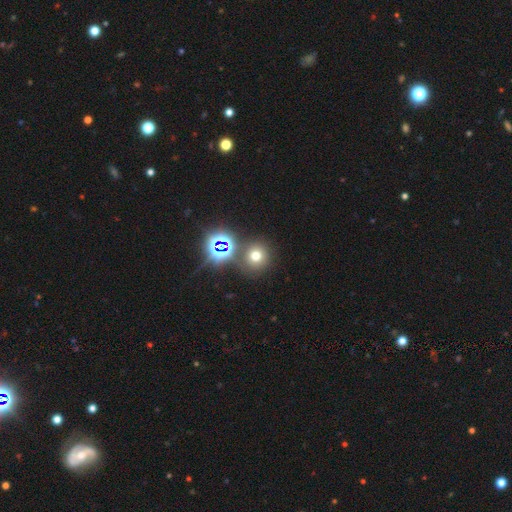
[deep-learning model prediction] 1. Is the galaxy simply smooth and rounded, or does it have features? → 61% smooth, 30% star or artifact, 9% featured or disk.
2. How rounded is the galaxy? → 91% round, 8% in between, 1% cigar-shaped.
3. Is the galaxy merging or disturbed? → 81% none, 9% merger, 7% minor disturbance, 3% major disturbance.